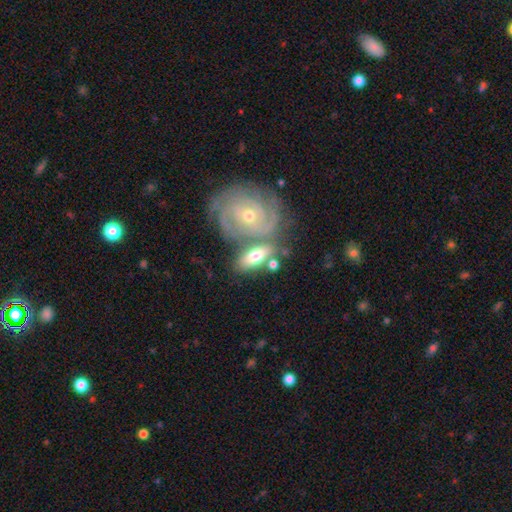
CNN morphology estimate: Smooth or featured?
  - featured or disk: 59% *
  - smooth: 35%
  - star or artifact: 6%
Edge-on disk?
  - no: 90% *
  - yes: 10%
Bar?
  - no: 66% *
  - weak: 24%
  - strong: 11%
Spiral arms?
  - yes: 85% *
  - no: 15%
Bulge size?
  - moderate: 50% *
  - small: 41%
  - large: 5%
  - none: 2%
  - dominant: 2%
Merging?
  - none: 49% *
  - merger: 29%
  - minor disturbance: 16%
  - major disturbance: 6%